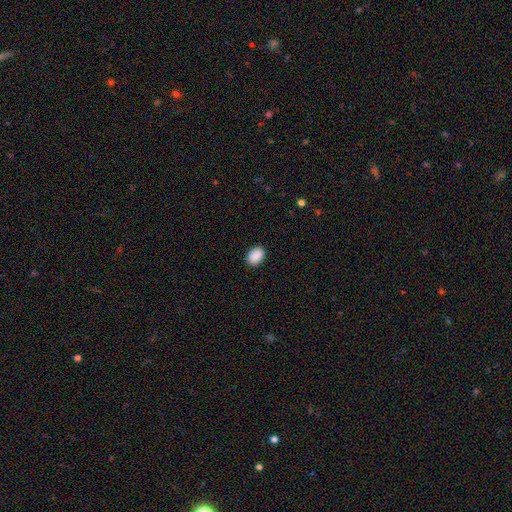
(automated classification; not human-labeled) smooth 90%, star or artifact 7%, featured or disk 2%. Down the decision tree: how rounded — in between (83%); merging — none (90%).